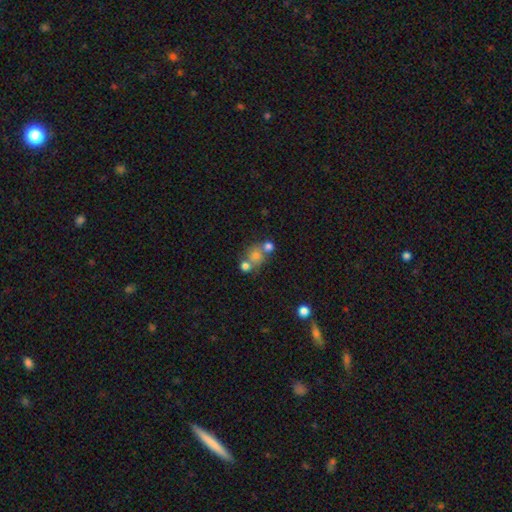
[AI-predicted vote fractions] A smooth galaxy with no disk features (65%) that is round (76%). Merging: none (44%).